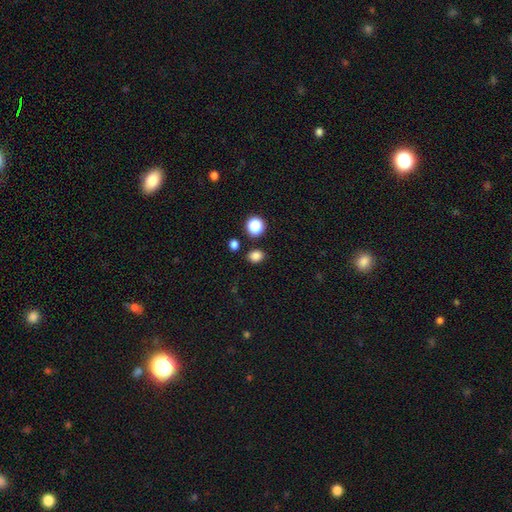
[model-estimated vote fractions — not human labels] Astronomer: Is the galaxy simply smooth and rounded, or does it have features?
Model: smooth — 83%.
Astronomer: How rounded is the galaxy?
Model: in between — 50% (runner-up: round, 49%).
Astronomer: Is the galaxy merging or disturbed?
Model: none — 83%.